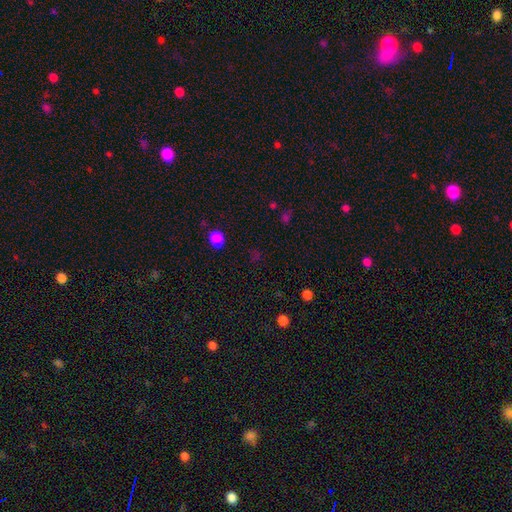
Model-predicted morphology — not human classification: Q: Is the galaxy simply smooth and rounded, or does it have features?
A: smooth — 58%.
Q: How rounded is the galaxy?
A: round — 73%.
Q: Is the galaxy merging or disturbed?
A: none — 83%.